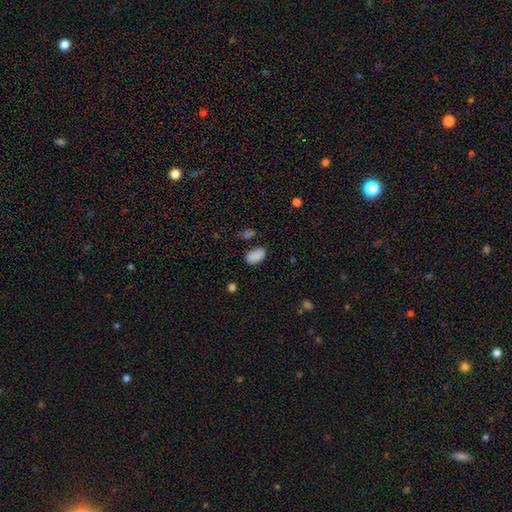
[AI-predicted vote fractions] The model was most divided on "merging": none: 73%, minor disturbance: 18%, major disturbance: 5%, merger: 4%. More confident: how rounded — in between (92%); smooth or featured — smooth (85%).